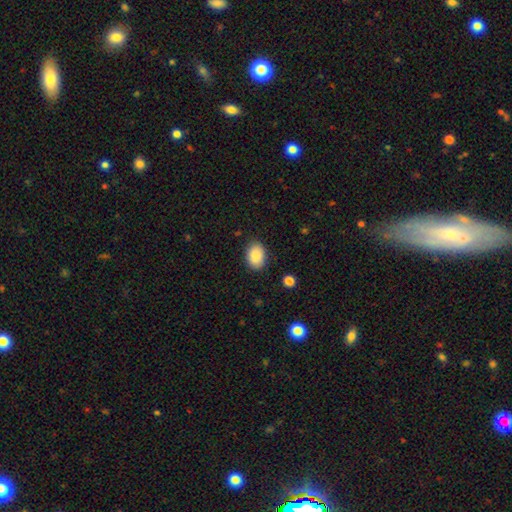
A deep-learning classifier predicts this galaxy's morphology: A smooth galaxy with no disk features (89%) that is in between round and cigar-shaped (82%). Merging: none (86%).